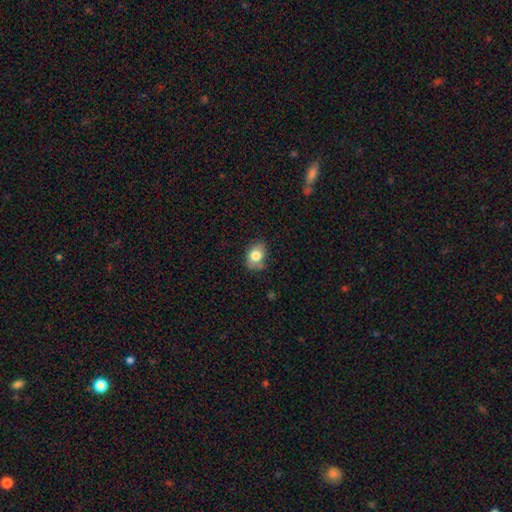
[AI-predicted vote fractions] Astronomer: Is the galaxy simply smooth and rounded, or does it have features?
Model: smooth — 79%.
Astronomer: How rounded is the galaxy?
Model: in between — 68%.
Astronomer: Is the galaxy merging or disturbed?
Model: none — 70%.